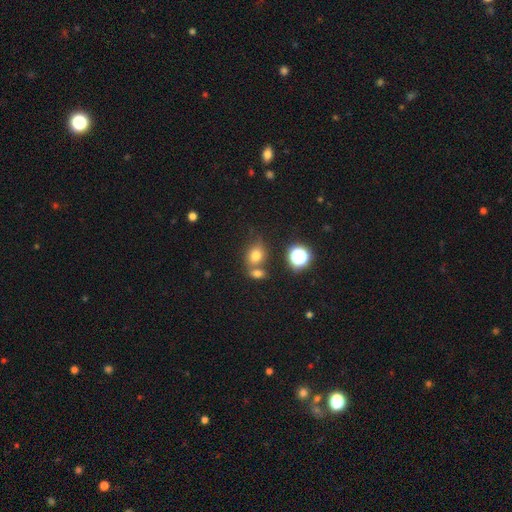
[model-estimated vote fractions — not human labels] A smooth galaxy with no disk features (75%) that is round (51%). Merging: none (51%).